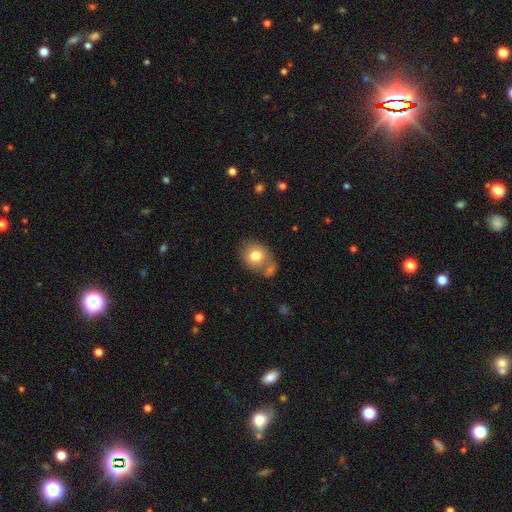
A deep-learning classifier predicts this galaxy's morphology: Overall: smooth (77%). How rounded: round (61%; in between 38%). Merging: none (55%; merger 24%).